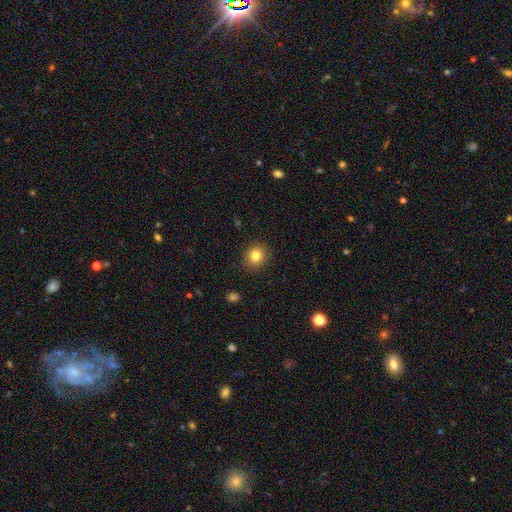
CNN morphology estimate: Smooth or featured? smooth (82%)
How rounded? round (85%)
Merging? none (90%)